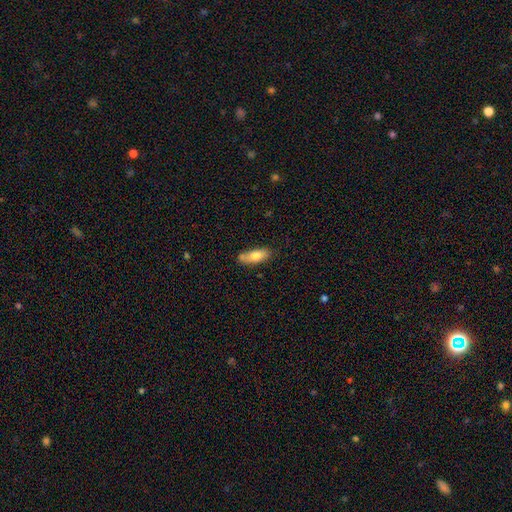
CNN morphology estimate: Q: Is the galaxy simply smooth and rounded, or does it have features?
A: smooth — 76%.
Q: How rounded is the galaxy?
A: in between — 71%.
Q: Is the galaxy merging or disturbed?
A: none — 67%.